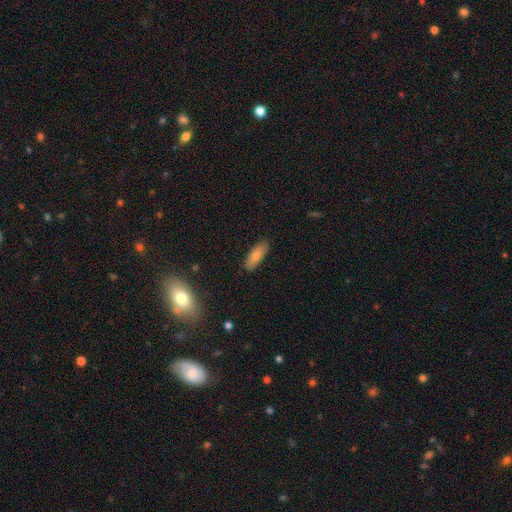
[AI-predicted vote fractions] A smooth galaxy with no disk features (81%) that is in between round and cigar-shaped (64%). Merging: none (87%).